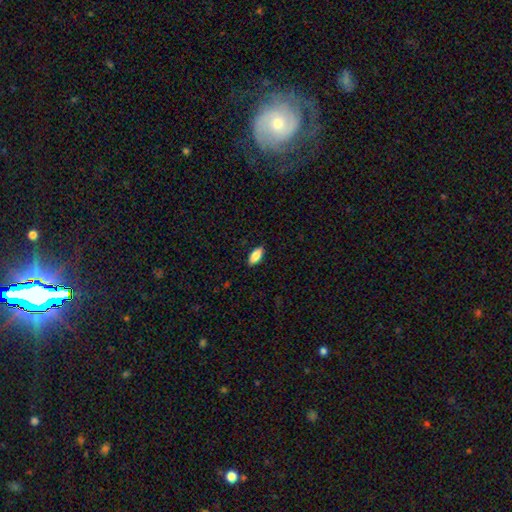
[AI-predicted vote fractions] Q: Smooth or featured?
A: smooth (85%); runner-up: featured or disk (9%)
Q: How rounded?
A: in between (87%); runner-up: cigar-shaped (11%)
Q: Merging?
A: none (88%); runner-up: minor disturbance (9%)